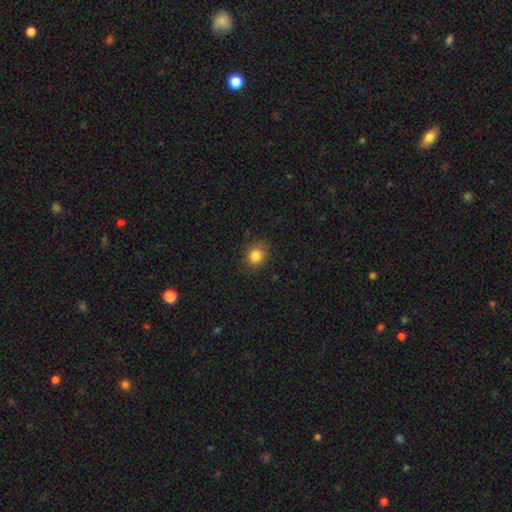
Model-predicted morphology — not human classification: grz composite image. It shows a smooth galaxy with no disk features (85%) that is round (72%). Merging: none (86%).